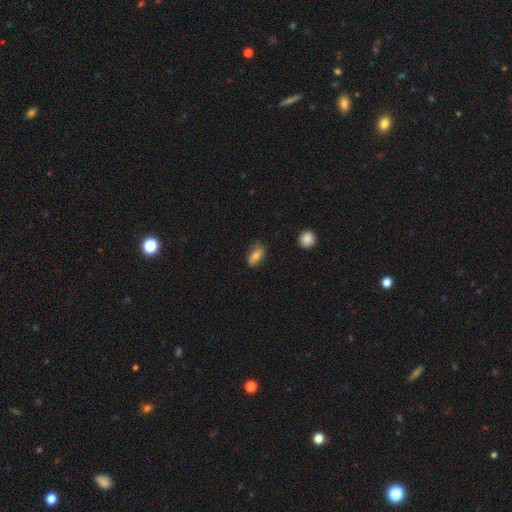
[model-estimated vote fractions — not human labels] Morphology: type=smooth (74%); roundness=in between (86%); merging=none (72%).